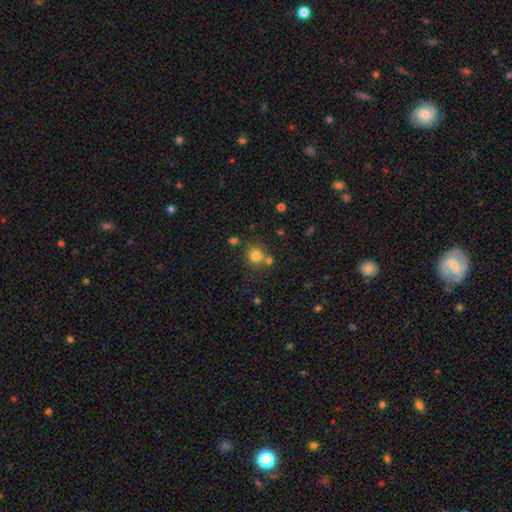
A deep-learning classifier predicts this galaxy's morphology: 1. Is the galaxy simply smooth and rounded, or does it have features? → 79% smooth, 13% star or artifact, 8% featured or disk.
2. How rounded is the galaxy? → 85% round, 14% in between, 1% cigar-shaped.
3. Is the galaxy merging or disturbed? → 69% none, 18% merger, 10% minor disturbance, 3% major disturbance.